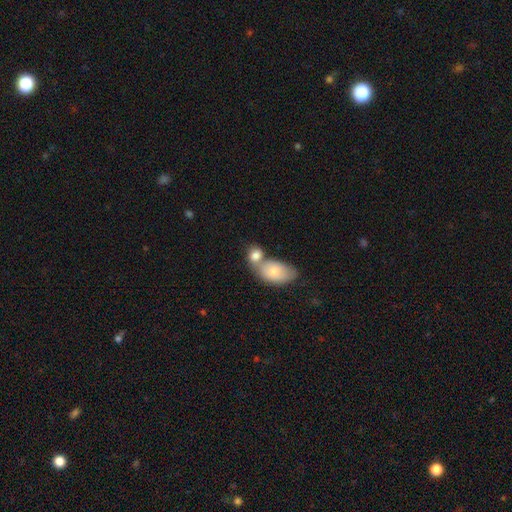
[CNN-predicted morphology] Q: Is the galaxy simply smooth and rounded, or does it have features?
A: smooth — 80%.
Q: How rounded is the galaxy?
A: in between — 64%.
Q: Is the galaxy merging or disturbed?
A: merger — 56%.